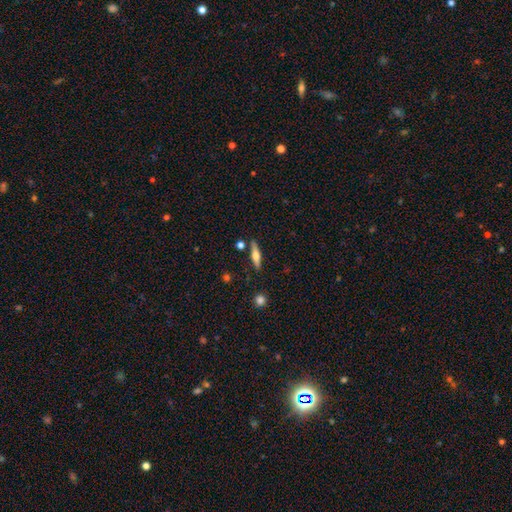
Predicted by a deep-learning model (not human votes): The model was most divided on "smooth or featured": featured or disk: 51%, smooth: 42%, star or artifact: 7%. More confident: edge-on disk — yes (95%); merging — none (83%).